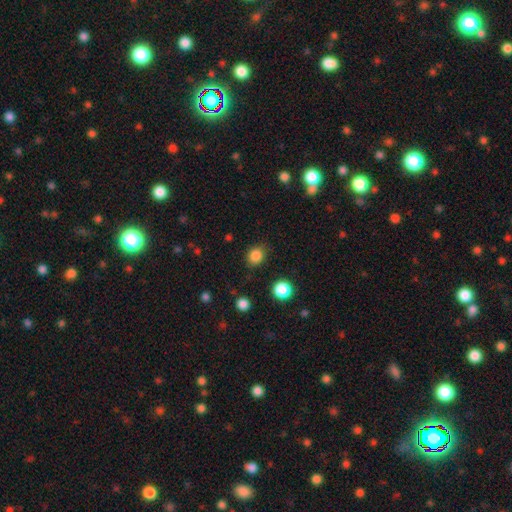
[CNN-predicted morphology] Q: Smooth or featured?
A: smooth (84%); runner-up: star or artifact (12%)
Q: How rounded?
A: round (67%); runner-up: in between (32%)
Q: Merging?
A: none (85%); runner-up: minor disturbance (10%)